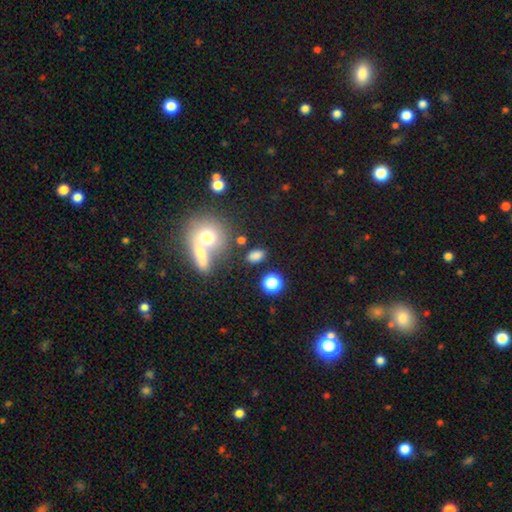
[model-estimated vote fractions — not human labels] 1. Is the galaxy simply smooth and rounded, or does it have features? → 78% smooth, 14% star or artifact, 8% featured or disk.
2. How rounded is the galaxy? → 79% in between, 17% round, 5% cigar-shaped.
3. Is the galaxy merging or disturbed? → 70% none, 14% merger, 12% minor disturbance, 5% major disturbance.